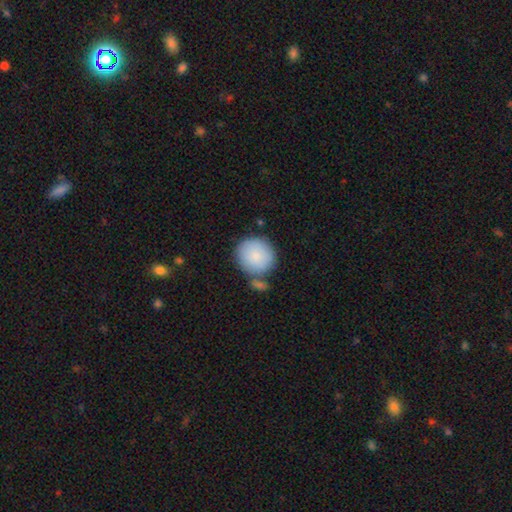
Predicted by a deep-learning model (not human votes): Overall: smooth (85%). How rounded: round (91%). Merging: none (63%).